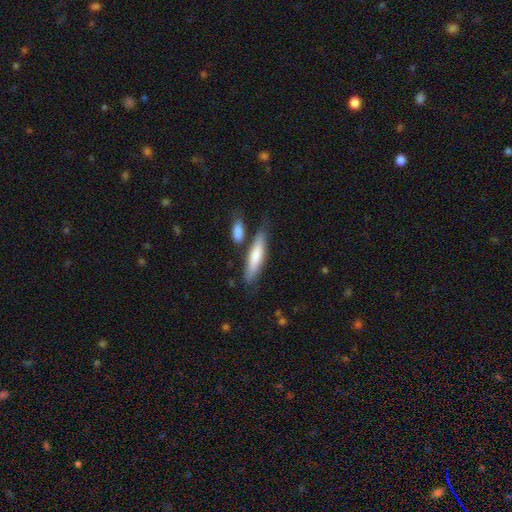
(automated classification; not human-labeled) smooth-or-featured: smooth: 71% | featured or disk: 23% | star or artifact: 5%
  how-rounded: cigar-shaped: 78% | in between: 20% | round: 2%
  merging: none: 69% | minor disturbance: 15% | merger: 12% | major disturbance: 4%